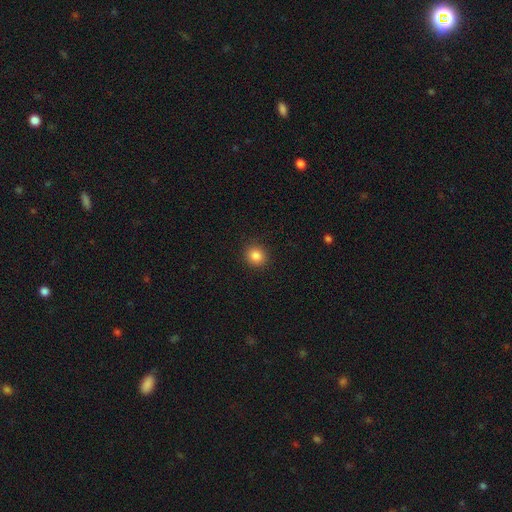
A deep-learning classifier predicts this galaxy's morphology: smooth 85%, star or artifact 11%, featured or disk 4%. Down the decision tree: how rounded — round (86%); merging — none (91%).